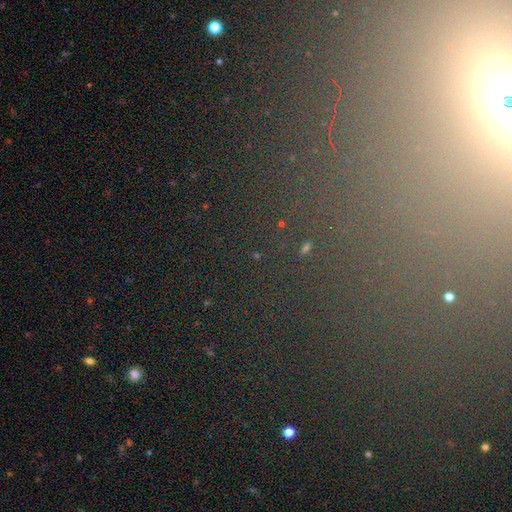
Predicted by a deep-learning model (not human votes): Smooth or featured? star or artifact (71%)